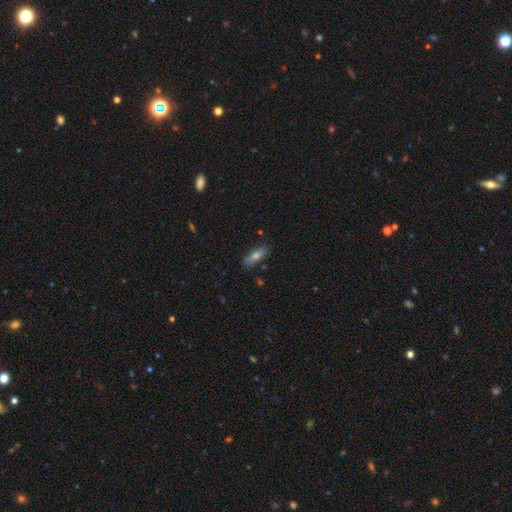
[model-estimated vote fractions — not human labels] A smooth galaxy with no disk features (67%) that is in between round and cigar-shaped (56%). Merging: none (85%).